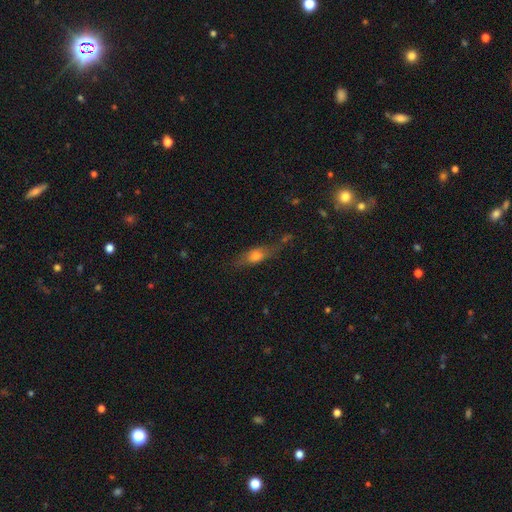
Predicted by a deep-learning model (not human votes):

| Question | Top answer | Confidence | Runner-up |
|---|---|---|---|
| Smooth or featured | smooth | 55% | featured or disk (35%) |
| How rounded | in between | 53% | cigar-shaped (41%) |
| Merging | none | 61% | minor disturbance (21%) |